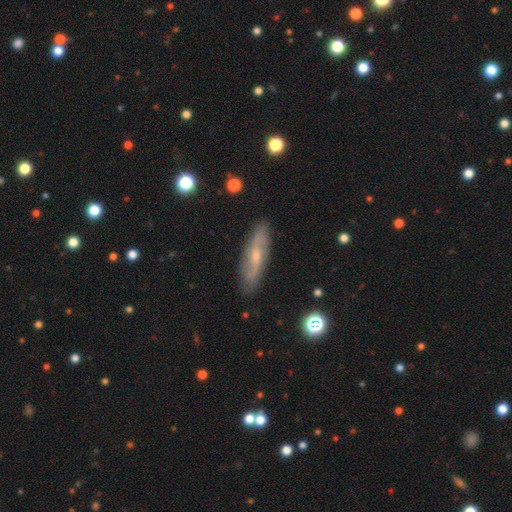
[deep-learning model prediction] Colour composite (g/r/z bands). It shows a featured or disk galaxy (67%). Merging: none (86%).